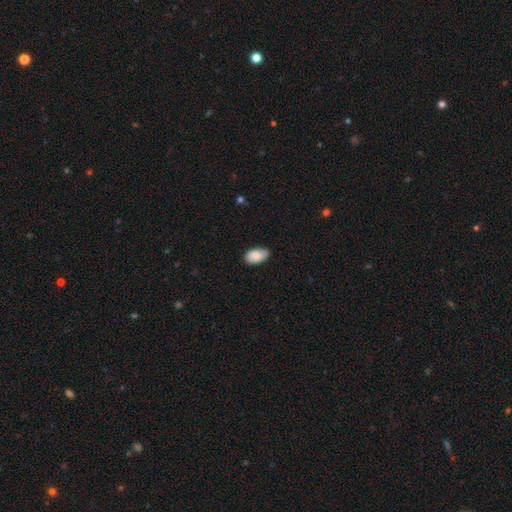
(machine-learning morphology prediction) Overall: smooth (83%). How rounded: in between (94%). Merging: none (73%).